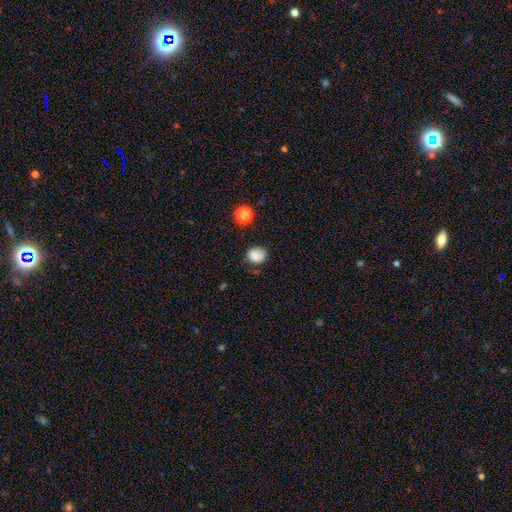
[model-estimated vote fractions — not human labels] A smooth galaxy with no disk features (83%) that is round (68%). Merging: none (64%).